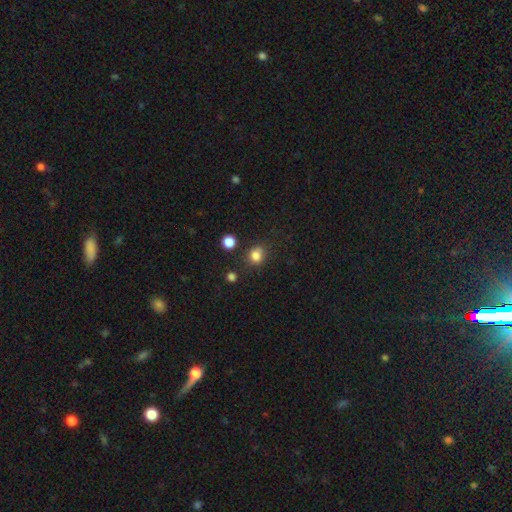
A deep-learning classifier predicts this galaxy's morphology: This is clearly a smooth galaxy (82%). How rounded: likely round (67%). Merging: likely none (75%).